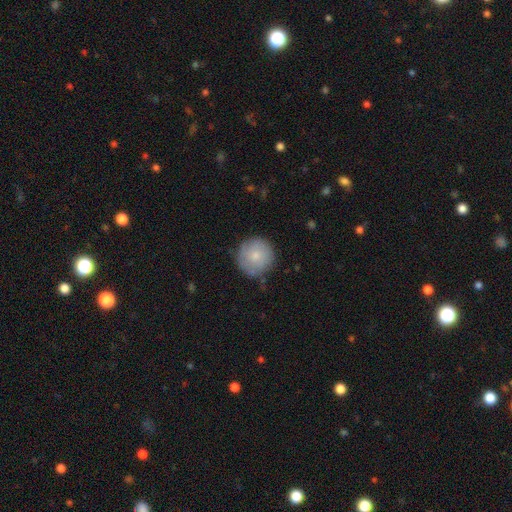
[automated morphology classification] smooth-or-featured: smooth: 75% | featured or disk: 19% | star or artifact: 6%
  how-rounded: round: 95% | in between: 4% | cigar-shaped: 1%
  merging: none: 80% | minor disturbance: 15% | major disturbance: 3% | merger: 2%